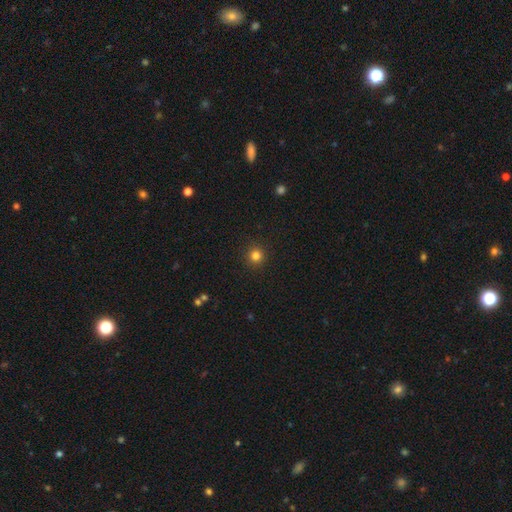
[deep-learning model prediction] smooth_or_featured: smooth (p=0.82) [alt: star or artifact p=0.13]
how_rounded: round (p=0.95) [alt: in between p=0.04]
merging: none (p=0.92) [alt: minor disturbance p=0.05]